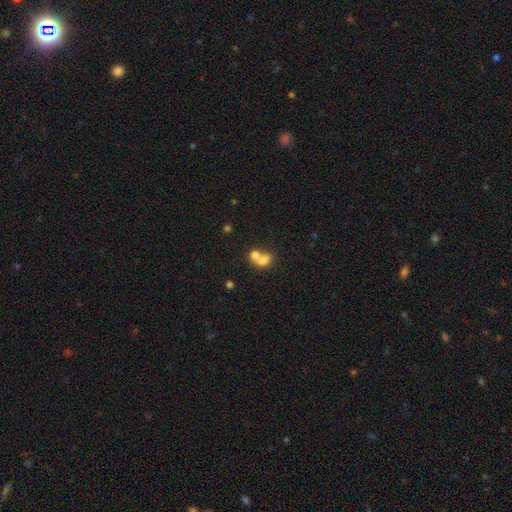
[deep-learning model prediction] Smooth or featured?
  - smooth: 72% *
  - featured or disk: 18%
  - star or artifact: 11%
How rounded?
  - in between: 53% *
  - round: 45%
  - cigar-shaped: 1%
Merging?
  - merger: 69% *
  - none: 21%
  - minor disturbance: 6%
  - major disturbance: 4%